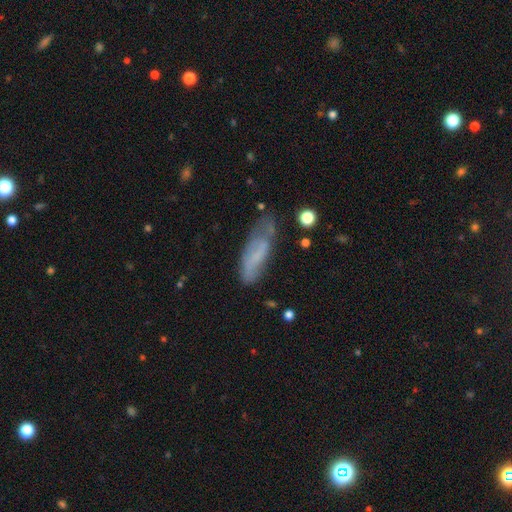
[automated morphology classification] A smooth galaxy with no disk features (53%) that is in between round and cigar-shaped (51%). Merging: none (47%).